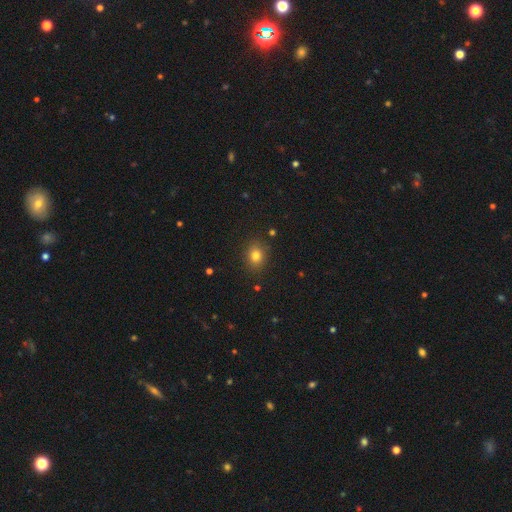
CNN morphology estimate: Q: Smooth or featured?
A: smooth (80%); runner-up: star or artifact (13%)
Q: How rounded?
A: round (55%); runner-up: in between (44%)
Q: Merging?
A: none (87%); runner-up: minor disturbance (9%)